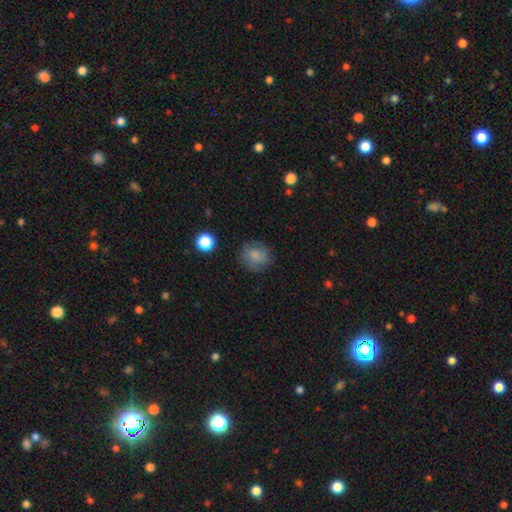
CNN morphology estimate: Q: Smooth or featured?
A: smooth (80%); runner-up: featured or disk (10%)
Q: How rounded?
A: round (84%); runner-up: in between (15%)
Q: Merging?
A: none (80%); runner-up: minor disturbance (14%)